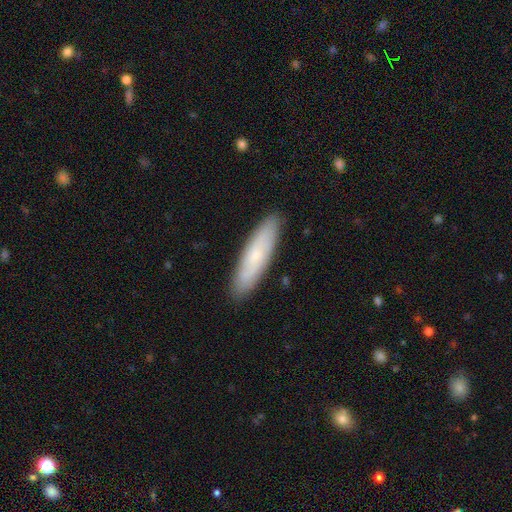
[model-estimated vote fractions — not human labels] smooth-or-featured: smooth: 65% | featured or disk: 29% | star or artifact: 6%
  how-rounded: cigar-shaped: 75% | in between: 24% | round: 2%
  merging: none: 89% | minor disturbance: 9% | major disturbance: 2% | merger: 1%